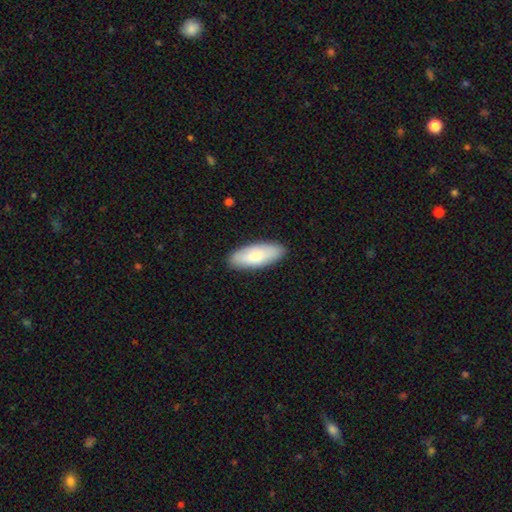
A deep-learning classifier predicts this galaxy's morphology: Overall: smooth (74%). How rounded: in between (79%). Merging: none (89%).